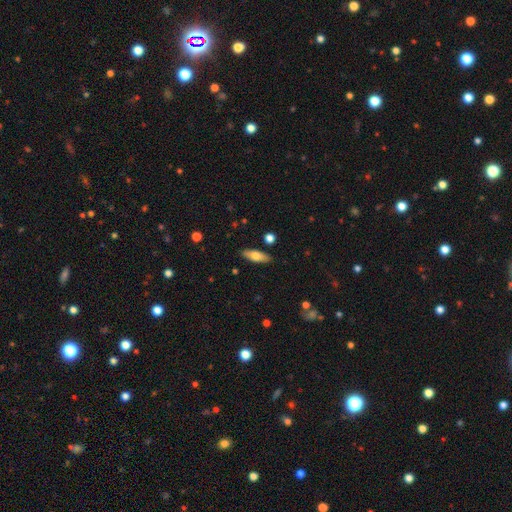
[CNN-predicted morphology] Smooth or featured?
  - smooth: 66% *
  - featured or disk: 28%
  - star or artifact: 7%
How rounded?
  - in between: 59% *
  - cigar-shaped: 39%
  - round: 3%
Merging?
  - none: 87% *
  - minor disturbance: 9%
  - merger: 2%
  - major disturbance: 2%